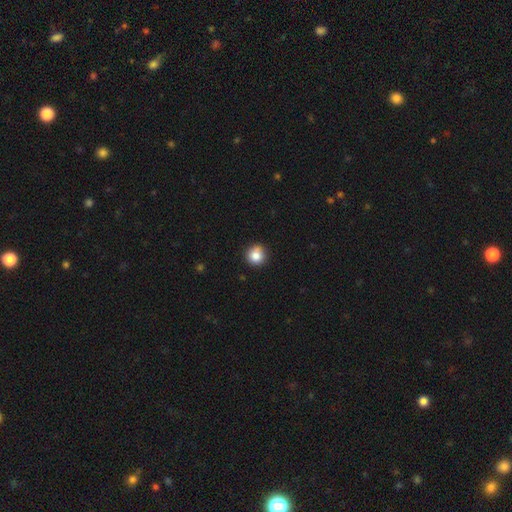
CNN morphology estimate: This appears to be a smooth galaxy with no disk features (84%) that is round (92%). Merging: none (82%).